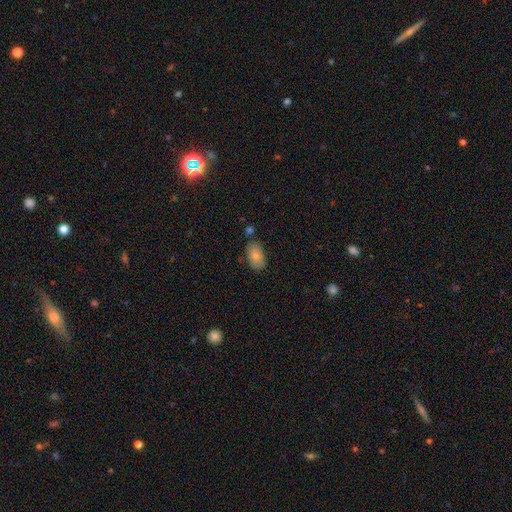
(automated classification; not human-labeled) Smooth or featured: smooth — 81% (featured or disk — 12%)
How rounded: in between — 92% (round — 7%)
Merging: none — 74% (minor disturbance — 17%)